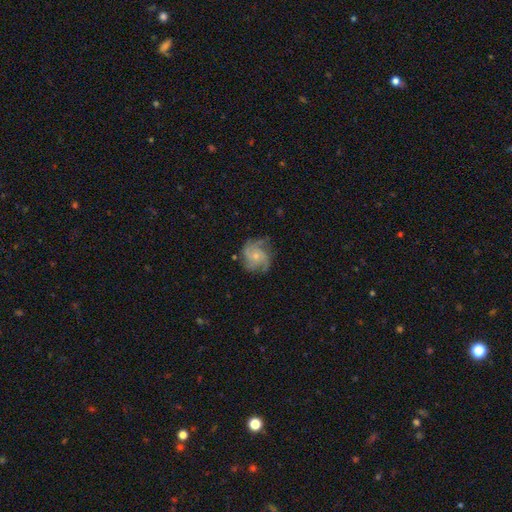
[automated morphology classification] featured or disk 80%, smooth 13%, star or artifact 7%. Down the decision tree: edge-on disk — no (98%); bar — no (76%); spiral arms — yes (96%); spiral arm count — 3 (46%); spiral winding — medium (47%); bulge size — small (66%); merging — none (71%).